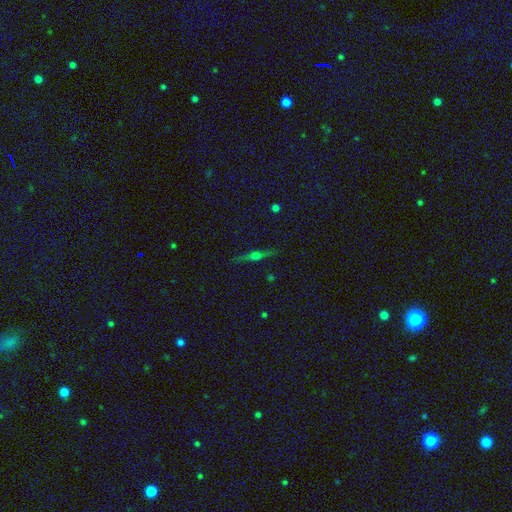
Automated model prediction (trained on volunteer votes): Smooth or featured: featured or disk — 59% (smooth — 27%)
Edge-on disk: yes — 95% (no — 5%)
Edge-on bulge: rounded — 84% (boxy — 10%)
Merging: none — 86% (minor disturbance — 10%)